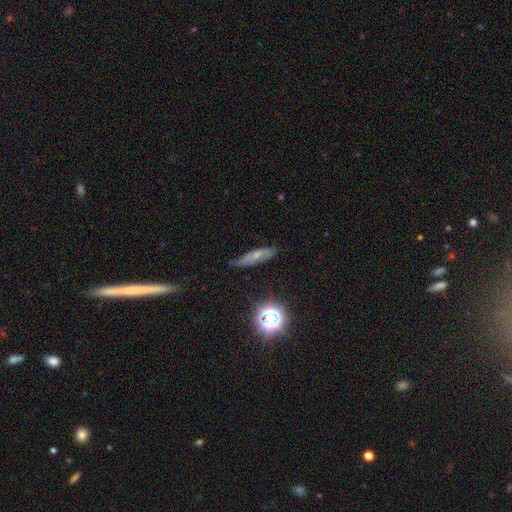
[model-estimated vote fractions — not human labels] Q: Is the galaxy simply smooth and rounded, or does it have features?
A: smooth — 46%.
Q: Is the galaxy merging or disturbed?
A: none — 70%.